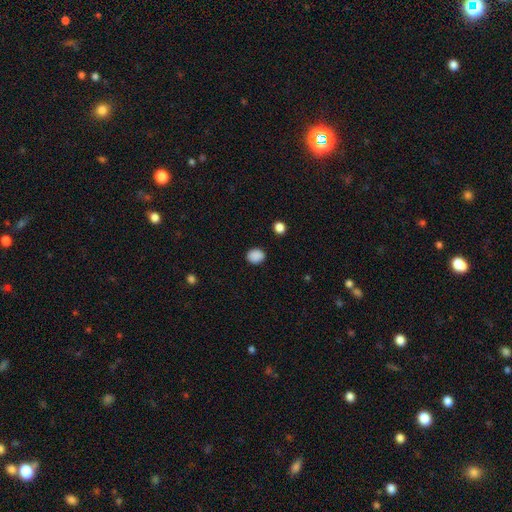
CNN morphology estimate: This is clearly a smooth galaxy (88%). How rounded: likely round (60%). Merging: clearly none (88%).